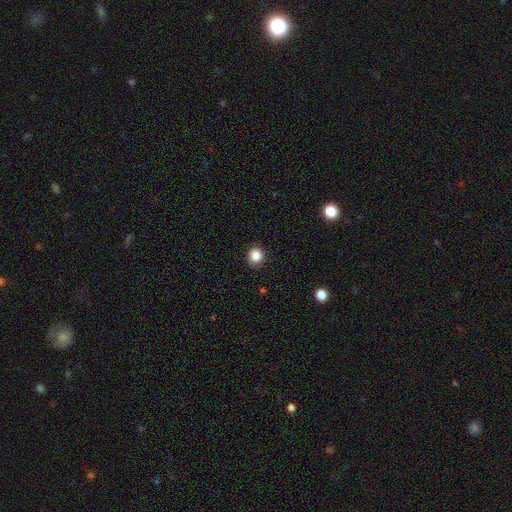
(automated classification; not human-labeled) Smooth or featured: smooth — 85% (star or artifact — 11%)
How rounded: round — 89% (in between — 10%)
Merging: none — 91% (minor disturbance — 6%)